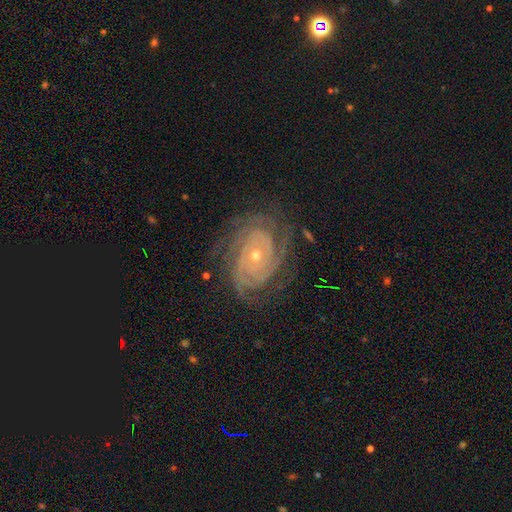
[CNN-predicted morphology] Smooth or featured?
  - featured or disk: 90% *
  - star or artifact: 6%
  - smooth: 5%
Edge-on disk?
  - no: 97% *
  - yes: 3%
Bar?
  - no: 75% *
  - weak: 17%
  - strong: 7%
Spiral arms?
  - yes: 98% *
  - no: 2%
Spiral winding?
  - tight: 81% *
  - medium: 16%
  - loose: 3%
Spiral arm count?
  - 3: 24% *
  - can't tell: 22%
  - 2: 20%
  - 4: 19%
  - more than 4: 9%
  - 1: 7%
Bulge size?
  - small: 59% *
  - moderate: 38%
  - large: 1%
  - none: 1%
  - dominant: 1%
Merging?
  - none: 75% *
  - minor disturbance: 17%
  - major disturbance: 7%
  - merger: 1%